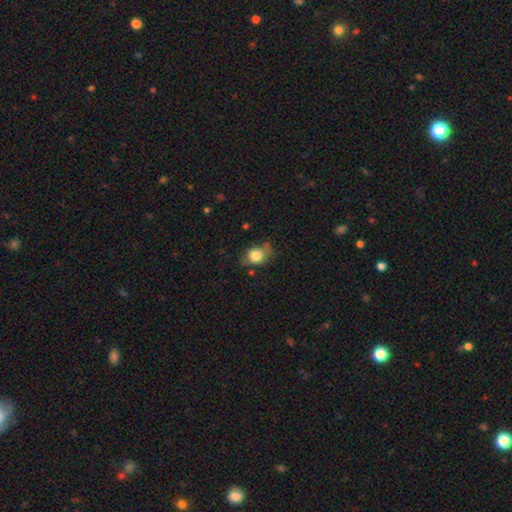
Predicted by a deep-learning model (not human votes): Morphology: type=smooth (77%); roundness=in between (55%); merging=none (54%).